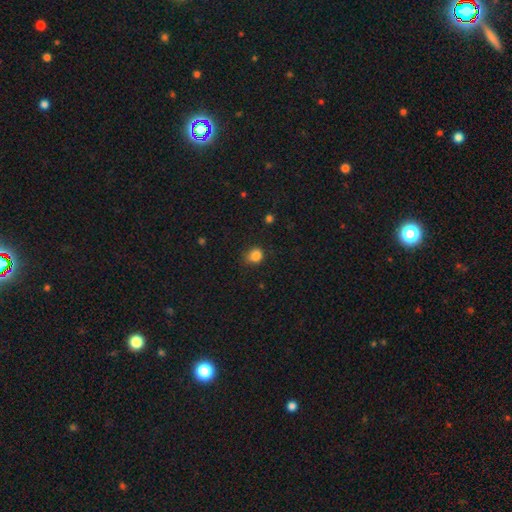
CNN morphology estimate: The model was most divided on "how rounded": round: 73%, in between: 26%, cigar-shaped: 1%. More confident: smooth or featured — smooth (85%); merging — none (72%).